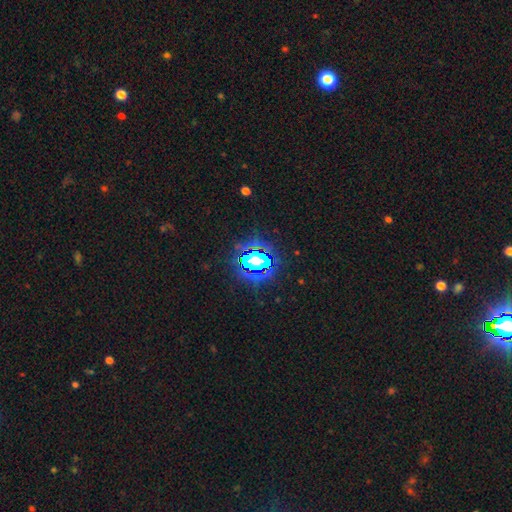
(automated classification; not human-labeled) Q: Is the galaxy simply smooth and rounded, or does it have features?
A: star or artifact — 82%.